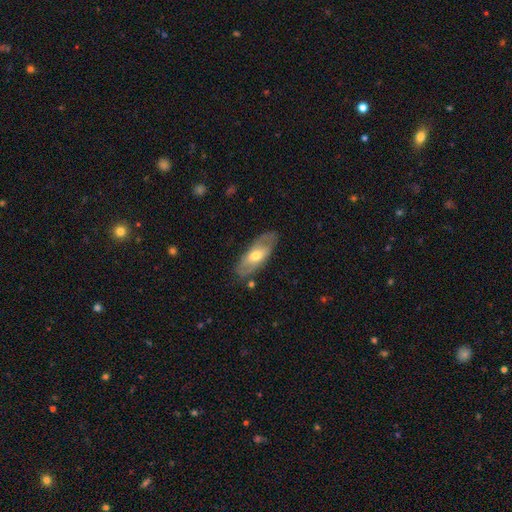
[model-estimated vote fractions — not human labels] featured or disk 51%, smooth 43%, star or artifact 6%. Down the decision tree: edge-on disk — no (76%); merging — none (76%).